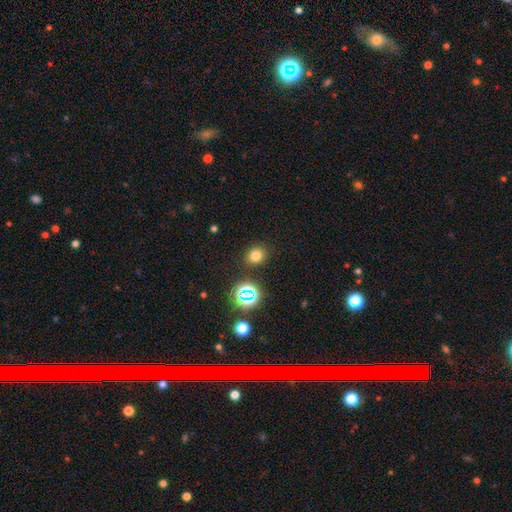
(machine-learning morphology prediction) Overall: smooth (74%). How rounded: round (66%; in between 33%). Merging: none (86%).